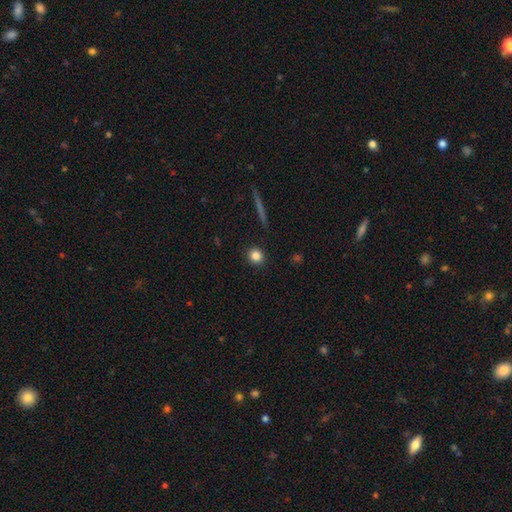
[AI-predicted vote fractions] smooth_or_featured: smooth (p=0.83) [alt: star or artifact p=0.11]
how_rounded: round (p=0.89) [alt: in between p=0.10]
merging: none (p=0.91) [alt: minor disturbance p=0.06]